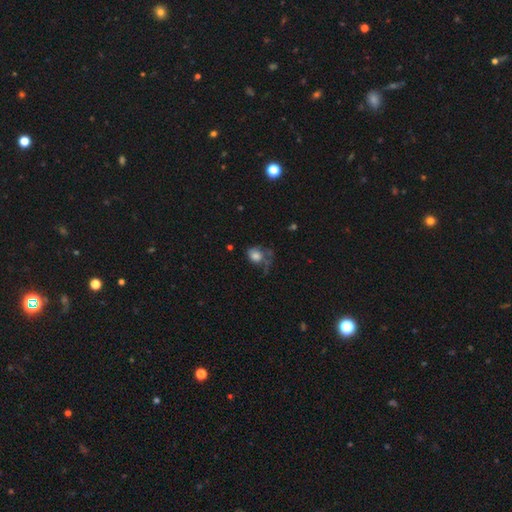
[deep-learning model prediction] Overall: smooth (75%). How rounded: round (59%; in between 40%). Merging: none (35%; major disturbance 32%).